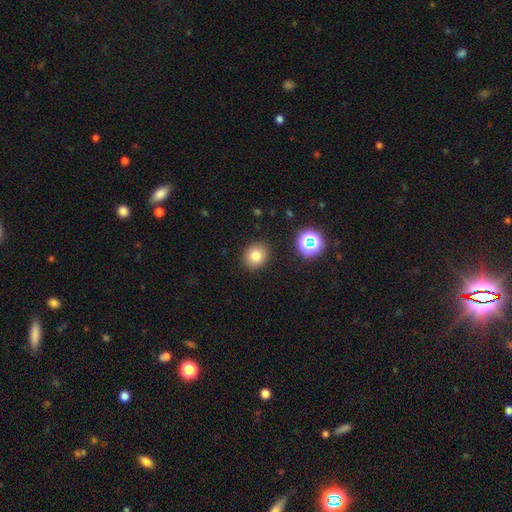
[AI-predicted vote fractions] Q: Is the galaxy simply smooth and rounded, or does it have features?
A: smooth — 78%.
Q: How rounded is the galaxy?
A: round — 70%.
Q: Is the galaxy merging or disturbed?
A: none — 89%.